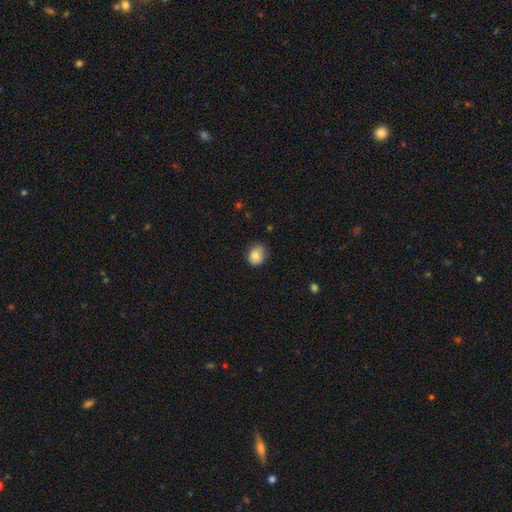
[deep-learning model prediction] Overall: smooth (85%). How rounded: round (59%; in between 40%). Merging: none (77%).